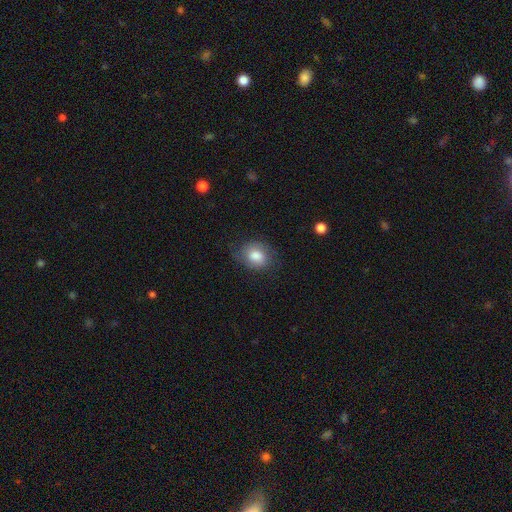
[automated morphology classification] smooth_or_featured: smooth (p=0.74) [alt: featured or disk p=0.18]
how_rounded: in between (p=0.59) [alt: round p=0.40]
merging: none (p=0.68) [alt: minor disturbance p=0.22]